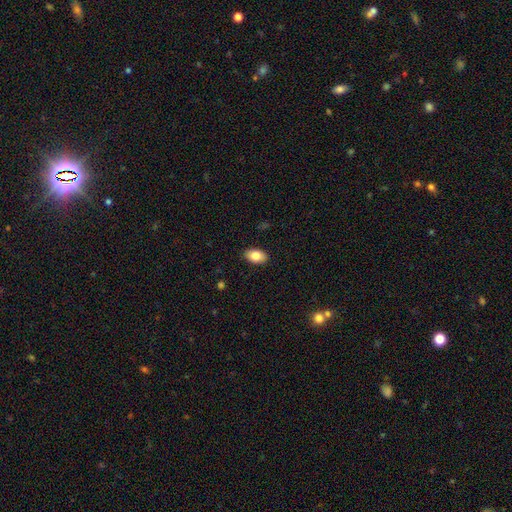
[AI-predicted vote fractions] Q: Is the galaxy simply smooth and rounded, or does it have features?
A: smooth — 84%.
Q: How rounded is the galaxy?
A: in between — 92%.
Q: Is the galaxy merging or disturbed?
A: none — 89%.